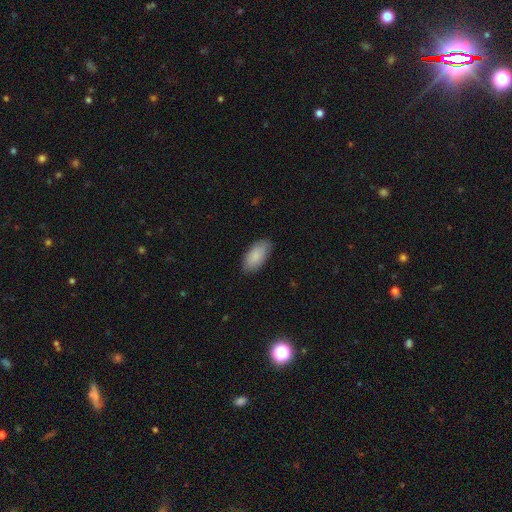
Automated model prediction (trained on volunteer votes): A smooth galaxy with no disk features (88%) that is in between round and cigar-shaped (94%). Merging: none (84%).